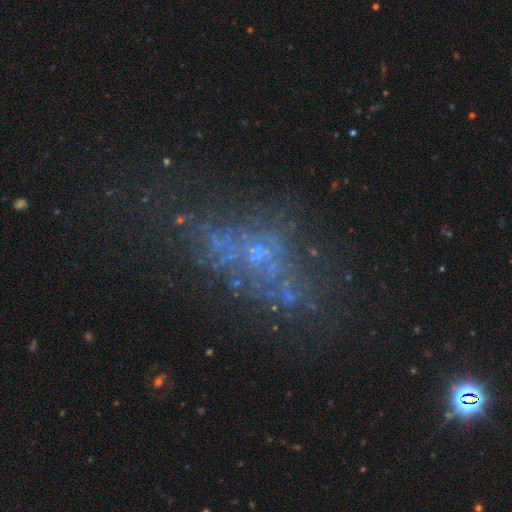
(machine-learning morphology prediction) This appears to be a featured or disk galaxy (41%). Merging: none (44%).